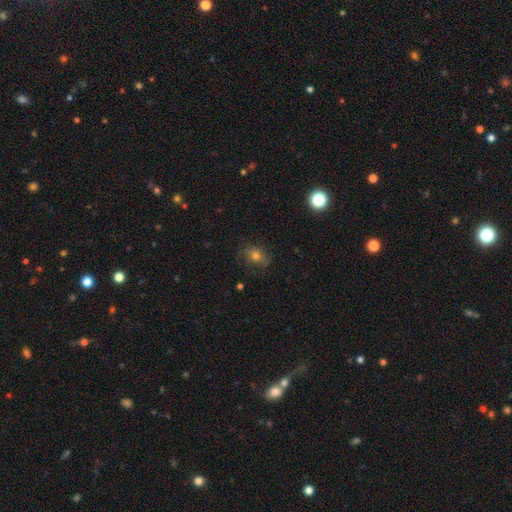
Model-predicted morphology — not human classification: This is likely a smooth galaxy (62%). How rounded: possibly in between (50%). Merging: likely none (73%).